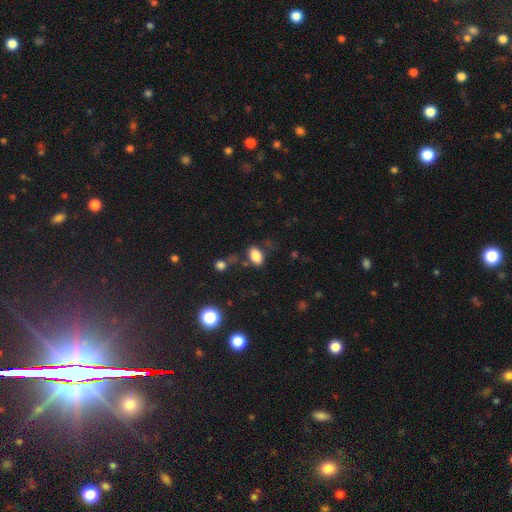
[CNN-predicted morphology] type=smooth (84%); roundness=in between (88%); merging=none (70%).